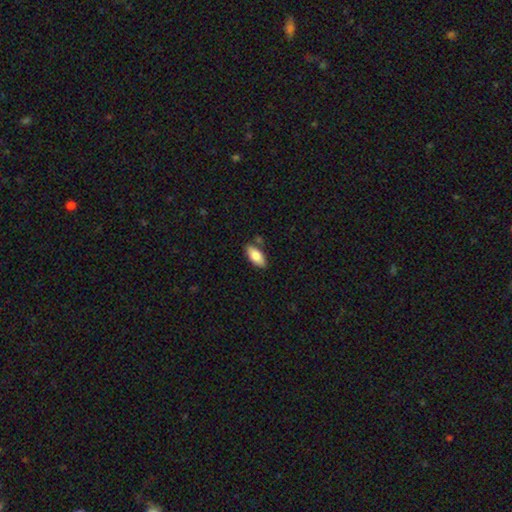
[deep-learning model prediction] Q: Smooth or featured?
A: smooth (82%); runner-up: featured or disk (12%)
Q: How rounded?
A: in between (88%); runner-up: cigar-shaped (10%)
Q: Merging?
A: none (82%); runner-up: minor disturbance (11%)